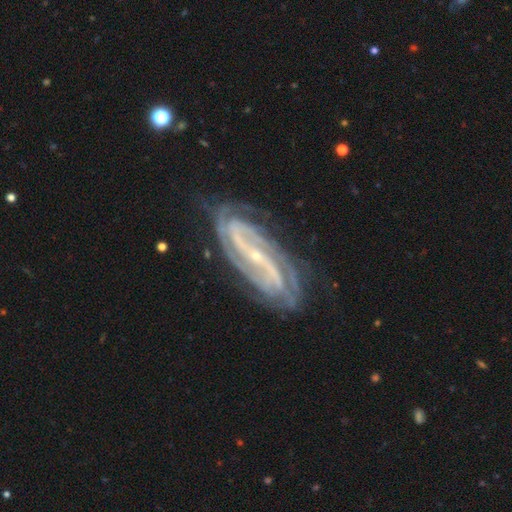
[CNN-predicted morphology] Smooth or featured?
  - featured or disk: 91% *
  - star or artifact: 5%
  - smooth: 3%
Edge-on disk?
  - no: 93% *
  - yes: 7%
Bar?
  - strong: 49% *
  - weak: 30%
  - no: 21%
Spiral arms?
  - yes: 98% *
  - no: 2%
Spiral winding?
  - tight: 47% *
  - medium: 40%
  - loose: 13%
Spiral arm count?
  - 2: 56% *
  - 3: 12%
  - can't tell: 12%
  - 4: 8%
  - more than 4: 6%
  - 1: 6%
Bulge size?
  - small: 84% *
  - moderate: 11%
  - none: 3%
  - large: 1%
  - dominant: 1%
Merging?
  - none: 81% *
  - minor disturbance: 14%
  - major disturbance: 4%
  - merger: 2%